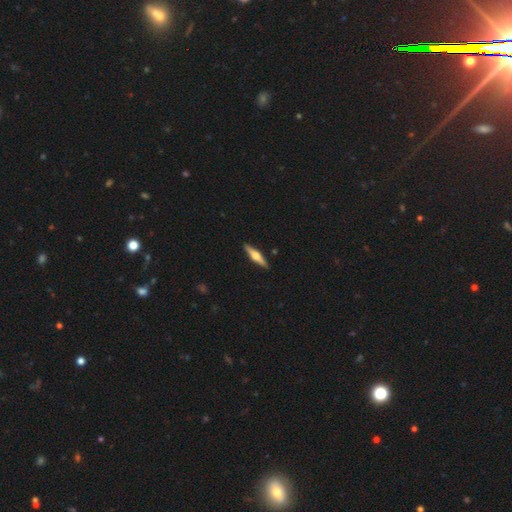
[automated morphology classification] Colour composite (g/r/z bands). It shows a featured or disk galaxy (66%) viewed edge-on (97%) with a rounded central bulge (93%). Merging: none (91%).